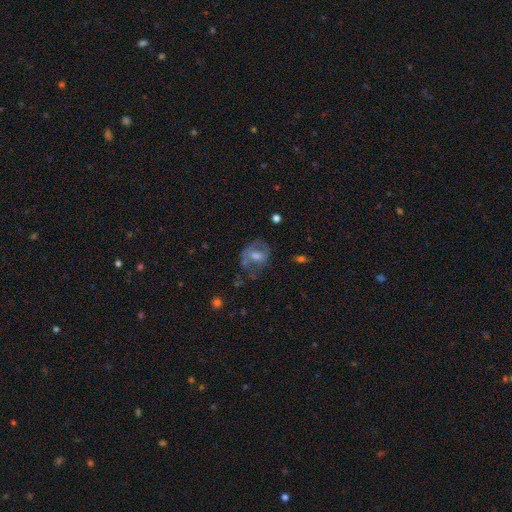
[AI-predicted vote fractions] smooth-or-featured: featured or disk: 57% | smooth: 32% | star or artifact: 11%
  disk-edge-on: no: 96% | yes: 4%
    bar: no: 51% | weak: 37% | strong: 13%
    has-spiral-arms: yes: 55% | no: 45%
    bulge-size: moderate: 57% | small: 28% | large: 8% | none: 6% | dominant: 1%
  merging: none: 50% | minor disturbance: 24% | major disturbance: 22% | merger: 3%